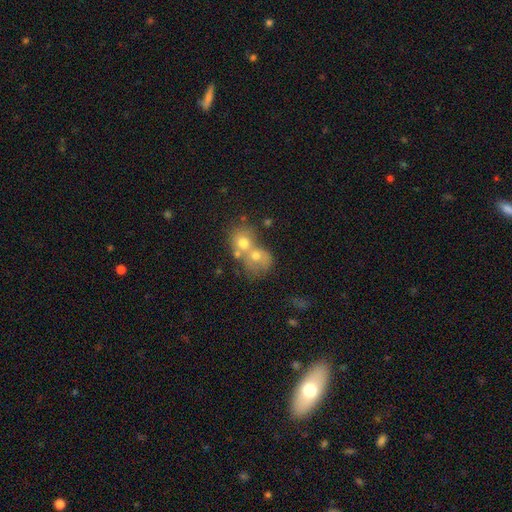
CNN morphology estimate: The model was most divided on "smooth or featured": smooth: 61%, featured or disk: 28%, star or artifact: 12%. More confident: merging — merger (72%); how rounded — round (67%).